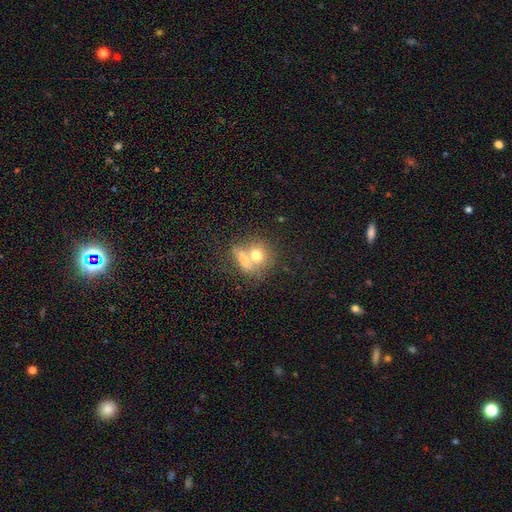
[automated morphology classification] Smooth or featured? Predicted: smooth (p=0.71). How rounded? Predicted: round (p=0.70). Merging? Predicted: merger (p=0.48).